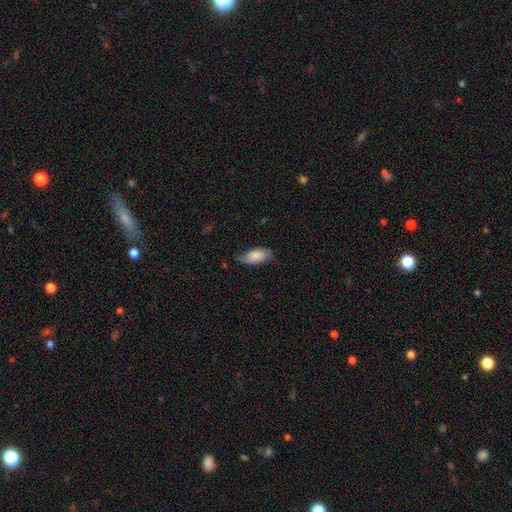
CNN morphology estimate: A smooth galaxy with no disk features (77%) that is in between round and cigar-shaped (90%).

Vote fractions:
- Smooth or featured? smooth: 77% / featured or disk: 17% / star or artifact: 7%
- How rounded? in between: 90% / cigar-shaped: 7% / round: 3%
- Merging? none: 65% / minor disturbance: 27% / major disturbance: 7% / merger: 1%